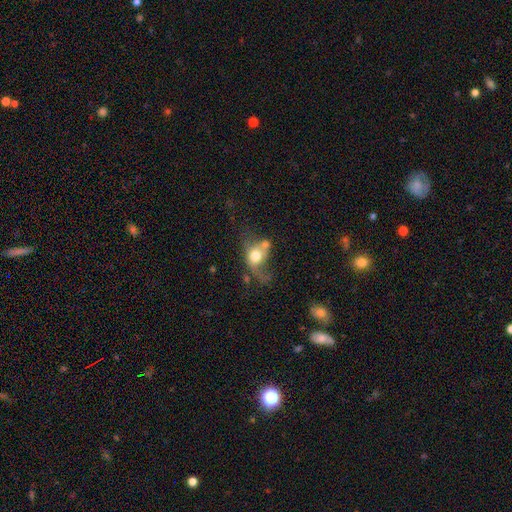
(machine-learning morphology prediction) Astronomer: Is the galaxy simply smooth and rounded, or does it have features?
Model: smooth — 63%.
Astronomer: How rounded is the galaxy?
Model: in between — 49%, tied with round at 49%.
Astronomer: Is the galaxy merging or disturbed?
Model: major disturbance — 32% (runner-up: merger, 28%).